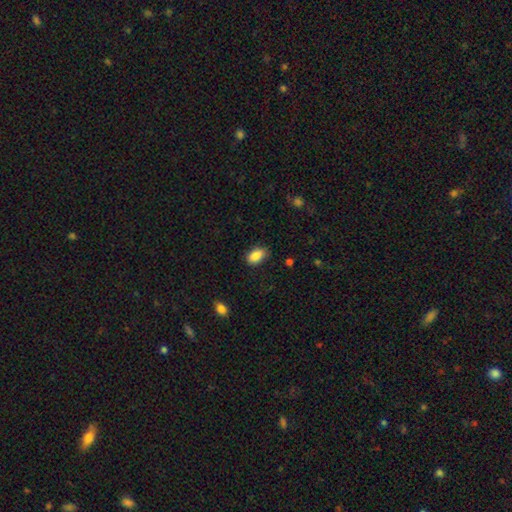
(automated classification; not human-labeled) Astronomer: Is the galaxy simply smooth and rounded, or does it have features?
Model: smooth — 88%.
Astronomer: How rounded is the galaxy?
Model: in between — 92%.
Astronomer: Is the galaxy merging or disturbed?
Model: none — 81%.